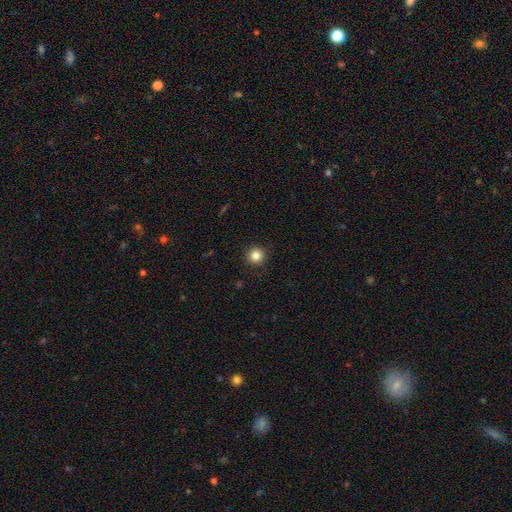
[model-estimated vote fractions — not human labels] Smooth or featured: smooth — 85% (star or artifact — 11%)
How rounded: round — 95% (in between — 4%)
Merging: none — 92% (minor disturbance — 5%)